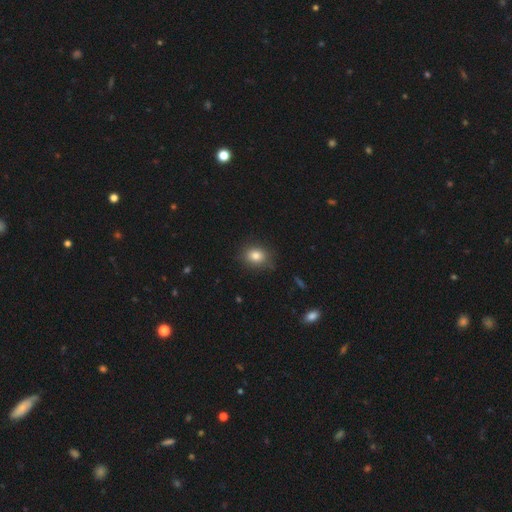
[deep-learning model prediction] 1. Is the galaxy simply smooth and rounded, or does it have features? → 81% smooth, 11% star or artifact, 8% featured or disk.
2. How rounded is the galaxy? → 52% round, 47% in between, 1% cigar-shaped.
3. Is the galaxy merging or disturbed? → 81% none, 14% minor disturbance, 3% major disturbance, 1% merger.